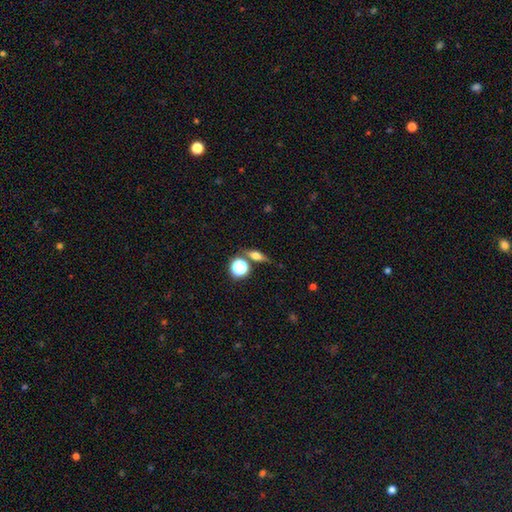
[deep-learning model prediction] Smooth or featured?
  - smooth: 51% *
  - featured or disk: 34%
  - star or artifact: 16%
How rounded?
  - in between: 42% *
  - cigar-shaped: 31%
  - round: 27%
Merging?
  - none: 72% *
  - minor disturbance: 14%
  - merger: 9%
  - major disturbance: 5%